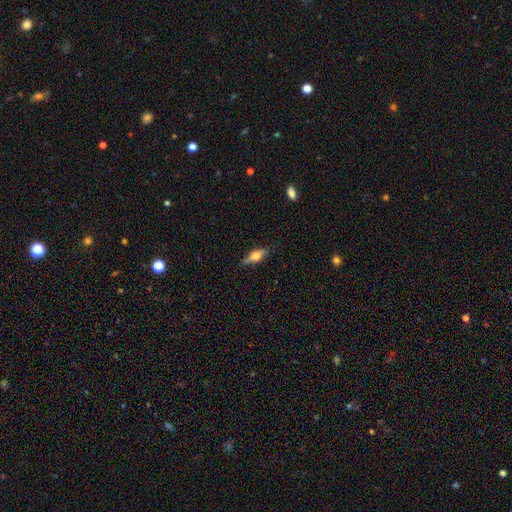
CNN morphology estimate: Smooth or featured?
  - featured or disk: 50% *
  - smooth: 42%
  - star or artifact: 8%
Edge-on disk?
  - yes: 93% *
  - no: 7%
Merging?
  - none: 82% *
  - minor disturbance: 14%
  - major disturbance: 3%
  - merger: 1%